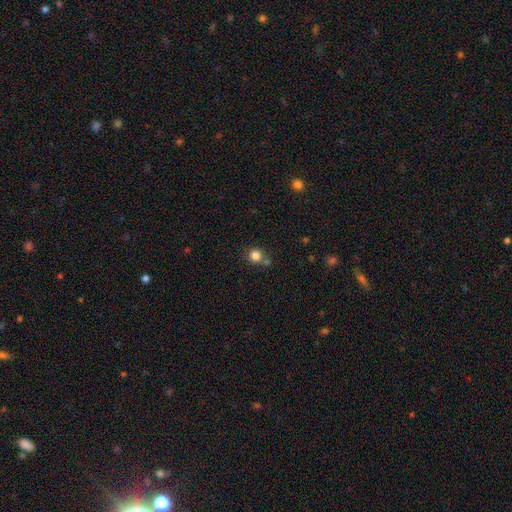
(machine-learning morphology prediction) Overall: smooth (83%). How rounded: round (89%). Merging: none (70%).